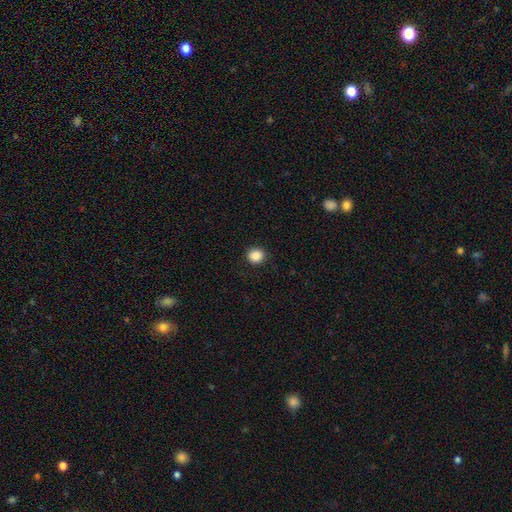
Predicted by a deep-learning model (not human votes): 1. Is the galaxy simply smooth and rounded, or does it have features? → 88% smooth, 9% star or artifact, 2% featured or disk.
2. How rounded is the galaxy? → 86% round, 13% in between, 1% cigar-shaped.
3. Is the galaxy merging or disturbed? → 89% none, 8% minor disturbance, 2% major disturbance, 1% merger.